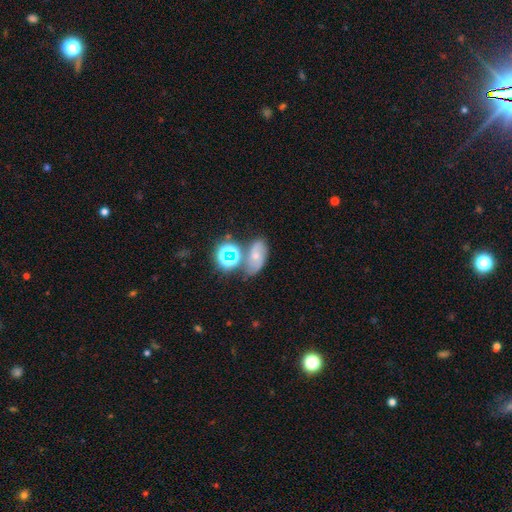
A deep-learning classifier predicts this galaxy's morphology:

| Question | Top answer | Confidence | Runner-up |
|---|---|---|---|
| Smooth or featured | smooth | 39% | featured or disk (37%) |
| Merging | none | 57% | minor disturbance (18%) |